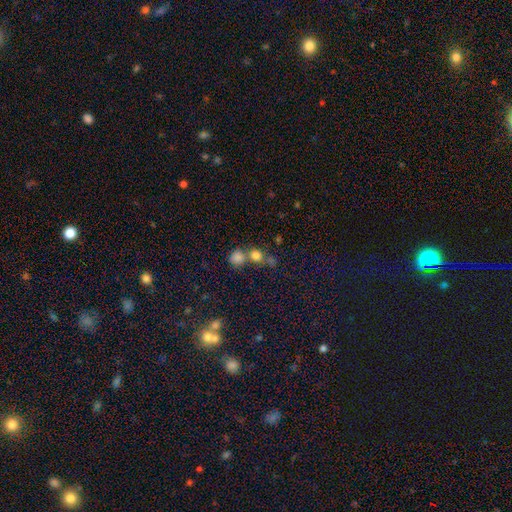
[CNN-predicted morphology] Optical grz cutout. It shows a smooth galaxy with no disk features (75%) that is round (81%). Merging: none (44%, tied with merger).